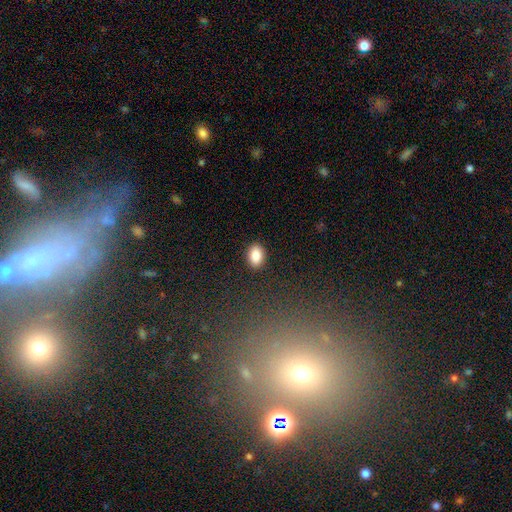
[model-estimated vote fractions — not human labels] Smooth or featured? Predicted: smooth (p=0.87). How rounded? Predicted: in between (p=0.83). Merging? Predicted: none (p=0.89).